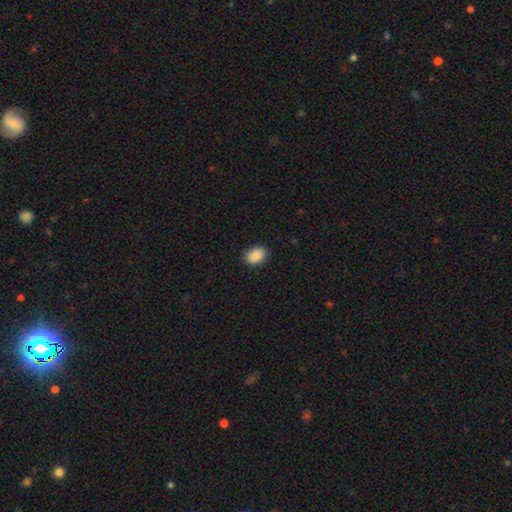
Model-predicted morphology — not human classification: smooth 90%, star or artifact 7%, featured or disk 3%. Down the decision tree: how rounded — in between (75%); merging — none (89%).